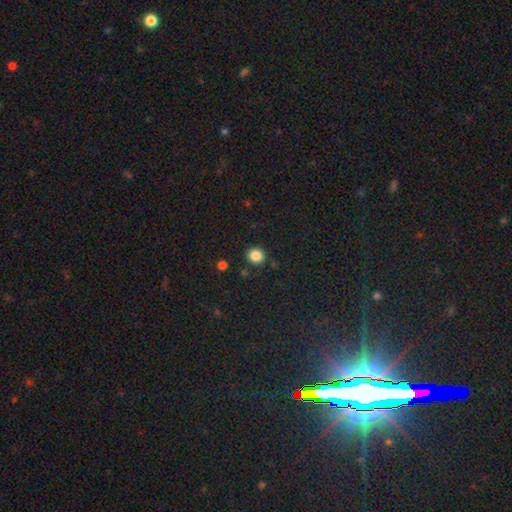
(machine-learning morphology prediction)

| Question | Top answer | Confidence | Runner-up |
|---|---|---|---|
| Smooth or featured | smooth | 86% | star or artifact (11%) |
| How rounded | round | 83% | in between (16%) |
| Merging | none | 88% | minor disturbance (7%) |